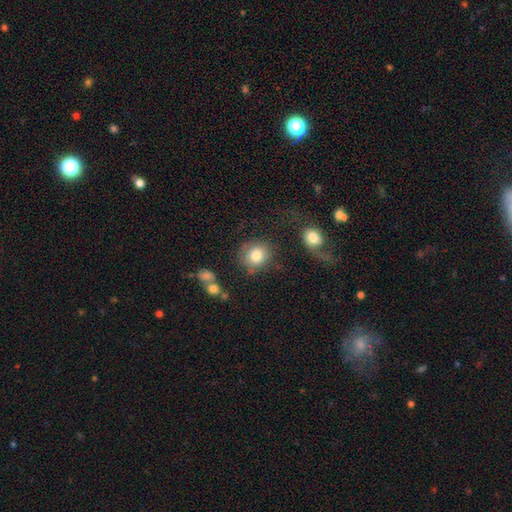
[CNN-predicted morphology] This is clearly a smooth galaxy (82%). How rounded: clearly round (82%). Merging: likely none (67%).